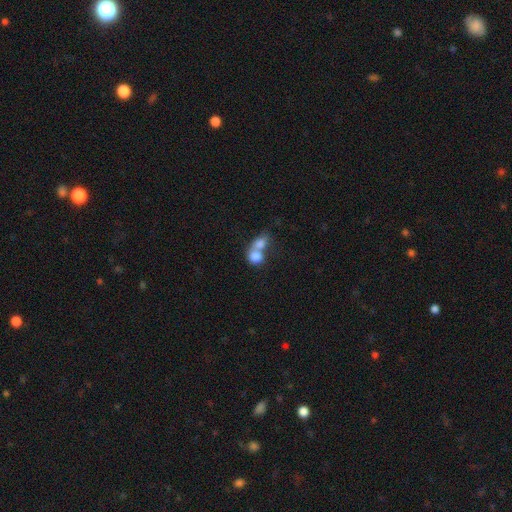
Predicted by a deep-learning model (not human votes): smooth 79%, featured or disk 13%, star or artifact 8%. Down the decision tree: how rounded — round (57%); merging — merger (73%).